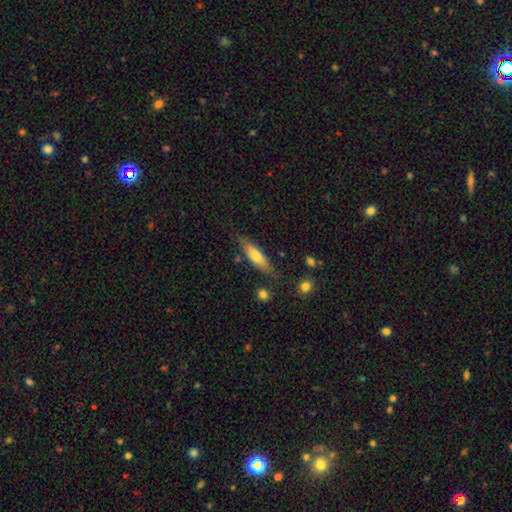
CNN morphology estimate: Smooth or featured? Predicted: smooth (p=0.58). How rounded? Predicted: cigar-shaped (p=0.73). Merging? Predicted: none (p=0.79).